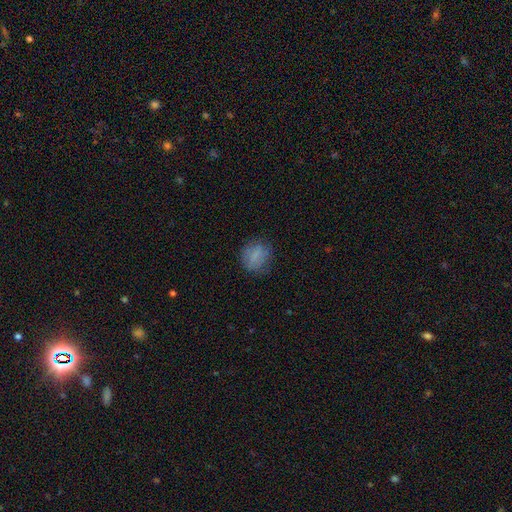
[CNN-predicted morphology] A smooth galaxy with no disk features (76%) that is round (71%).

Vote fractions:
- Smooth or featured? smooth: 76% / featured or disk: 13% / star or artifact: 10%
- How rounded? round: 71% / in between: 28% / cigar-shaped: 2%
- Merging? none: 76% / minor disturbance: 16% / major disturbance: 7% / merger: 1%